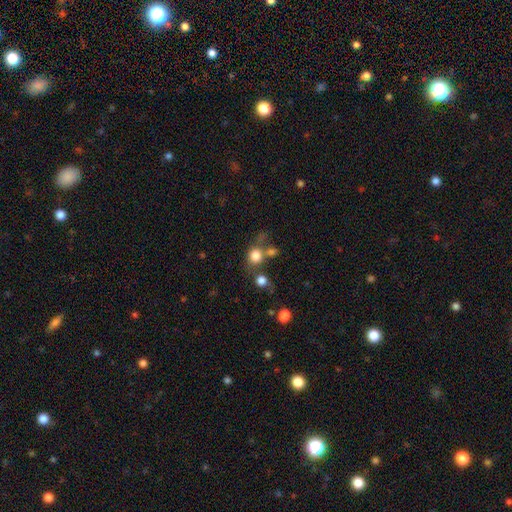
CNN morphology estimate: Smooth or featured?
  - smooth: 79% *
  - star or artifact: 11%
  - featured or disk: 9%
How rounded?
  - round: 77% *
  - in between: 22%
  - cigar-shaped: 1%
Merging?
  - none: 50% *
  - merger: 27%
  - minor disturbance: 14%
  - major disturbance: 9%